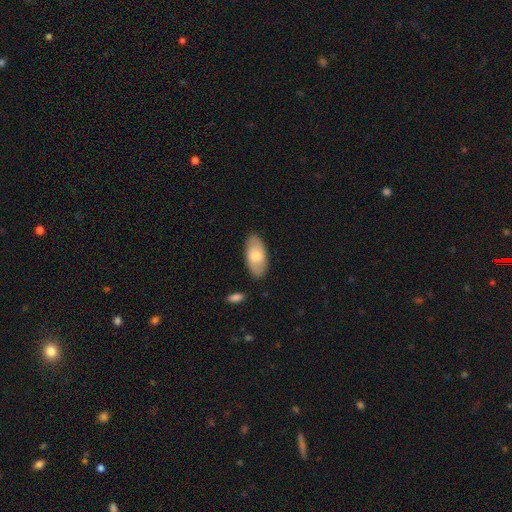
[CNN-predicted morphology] smooth 67%, featured or disk 28%, star or artifact 6%. Down the decision tree: how rounded — in between (93%); merging — none (85%).